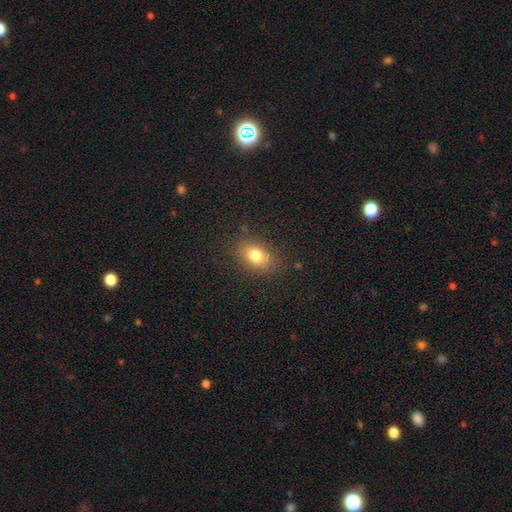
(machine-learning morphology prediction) Smooth or featured? Predicted: smooth (p=0.79). How rounded? Predicted: in between (p=0.77). Merging? Predicted: none (p=0.84).